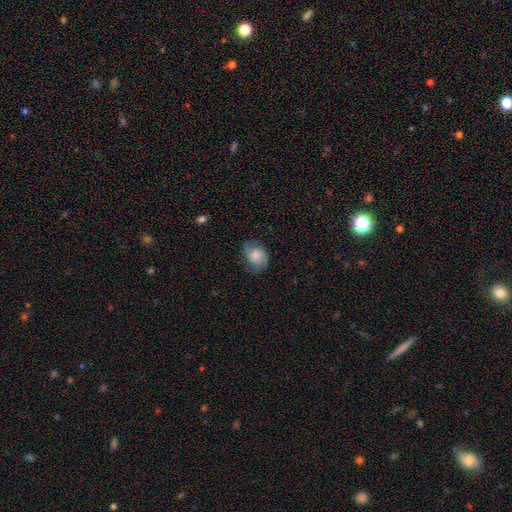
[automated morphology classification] Smooth or featured: smooth — 47% (featured or disk — 45%)
Merging: none — 66% (minor disturbance — 24%)